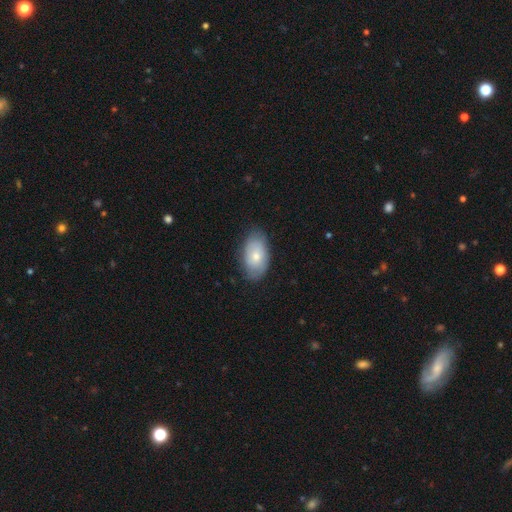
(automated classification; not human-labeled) Smooth or featured? smooth (68%)
How rounded? in between (93%)
Merging? none (73%)